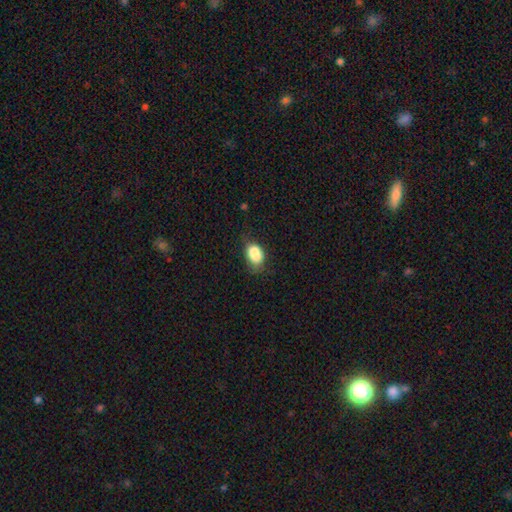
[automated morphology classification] Smooth or featured? Predicted: smooth (p=0.85). How rounded? Predicted: in between (p=0.80). Merging? Predicted: none (p=0.54).